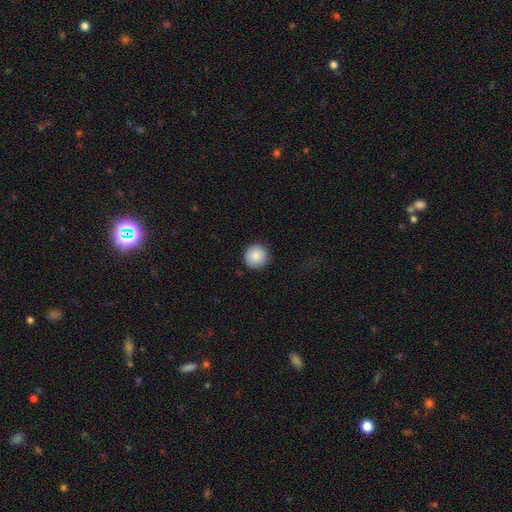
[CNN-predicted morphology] A smooth galaxy with no disk features (88%) that is round (95%).

Vote fractions:
- Smooth or featured? smooth: 88% / star or artifact: 7% / featured or disk: 4%
- How rounded? round: 95% / in between: 4% / cigar-shaped: 1%
- Merging? none: 90% / minor disturbance: 7% / major disturbance: 2% / merger: 1%